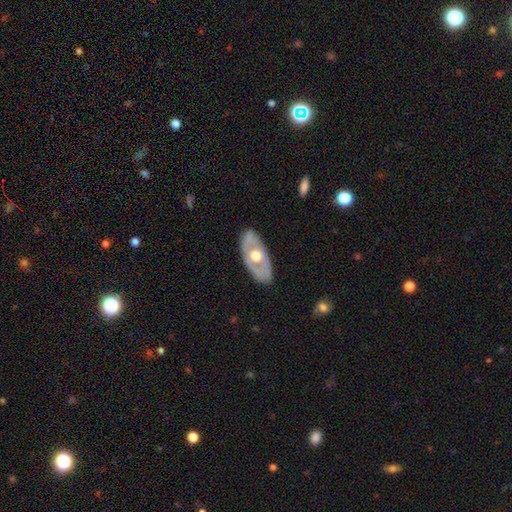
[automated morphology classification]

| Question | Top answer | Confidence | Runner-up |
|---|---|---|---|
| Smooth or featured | featured or disk | 62% | smooth (34%) |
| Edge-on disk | no | 81% | yes (19%) |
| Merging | none | 80% | minor disturbance (15%) |